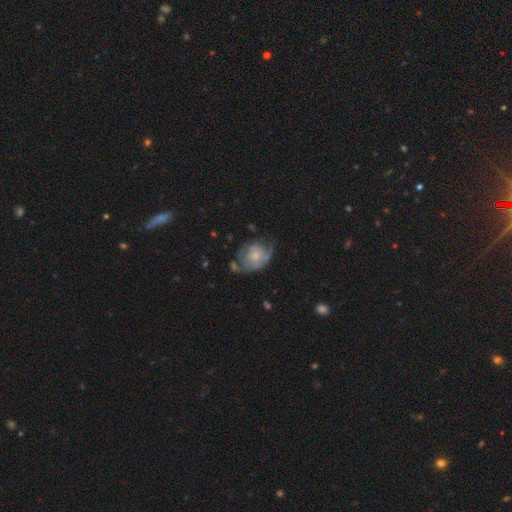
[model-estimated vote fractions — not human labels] Smooth or featured? Predicted: featured or disk (p=0.61). Edge-on disk? Predicted: no (p=0.97). Bar? Predicted: no (p=0.80). Spiral arms? Predicted: yes (p=0.71). Bulge size? Predicted: small (p=0.48). Merging? Predicted: none (p=0.41).